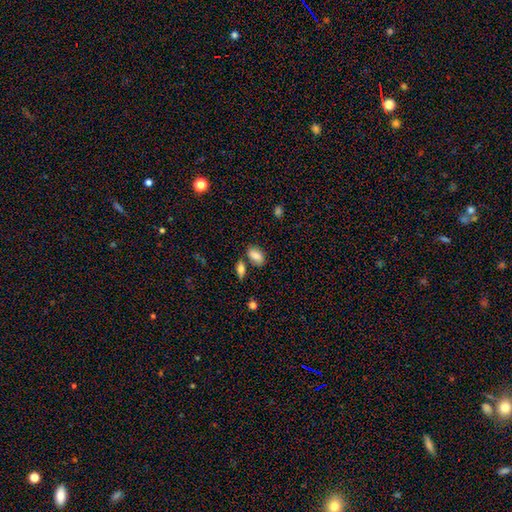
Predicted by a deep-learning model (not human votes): A smooth galaxy with no disk features (84%) that is in between round and cigar-shaped (91%). Merging: none (68%).